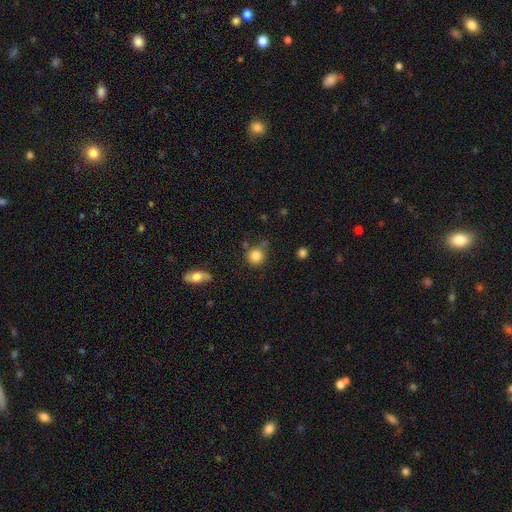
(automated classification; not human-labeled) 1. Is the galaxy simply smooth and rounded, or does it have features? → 84% smooth, 10% star or artifact, 6% featured or disk.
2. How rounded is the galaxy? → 90% round, 9% in between, 1% cigar-shaped.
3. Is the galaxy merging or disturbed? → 74% none, 15% minor disturbance, 7% merger, 4% major disturbance.